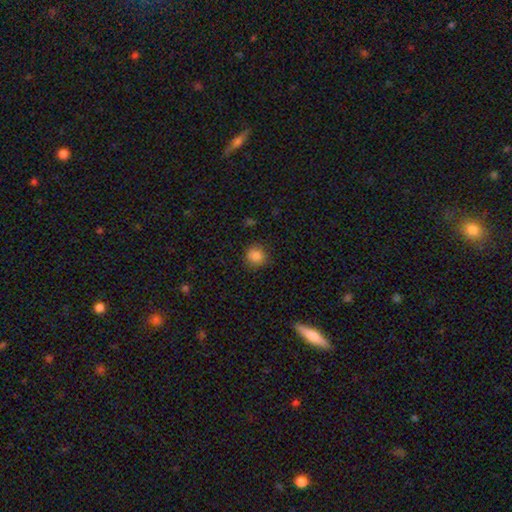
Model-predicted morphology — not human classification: This appears to be a smooth galaxy with no disk features (86%) that is round (89%). Merging: none (86%).